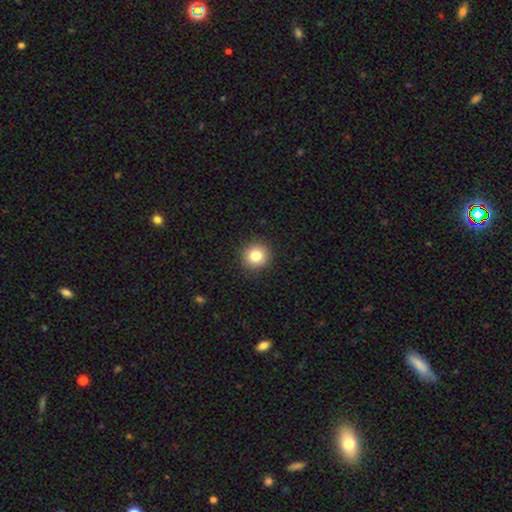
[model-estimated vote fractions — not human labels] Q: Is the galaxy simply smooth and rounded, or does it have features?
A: smooth — 82%.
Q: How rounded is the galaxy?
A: round — 92%.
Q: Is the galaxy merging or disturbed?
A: none — 91%.